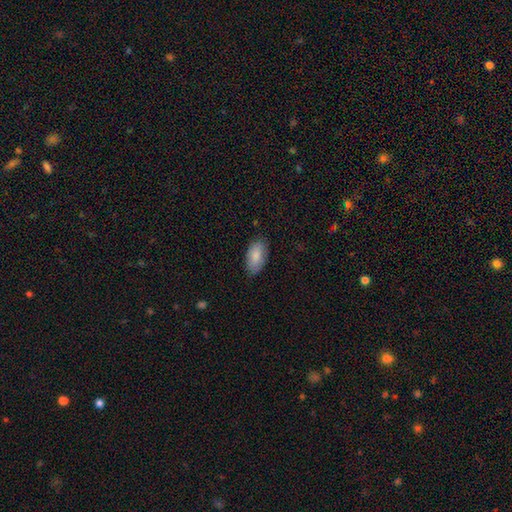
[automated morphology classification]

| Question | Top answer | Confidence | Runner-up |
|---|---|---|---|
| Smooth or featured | smooth | 84% | featured or disk (10%) |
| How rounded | in between | 94% | round (3%) |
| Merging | none | 82% | minor disturbance (15%) |